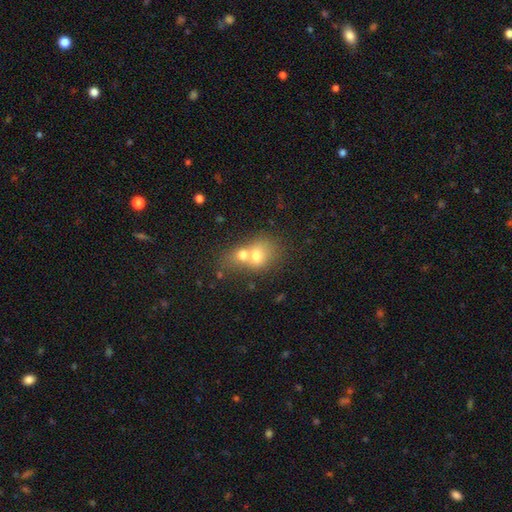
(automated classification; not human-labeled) Smooth or featured?
  - smooth: 65% *
  - featured or disk: 24%
  - star or artifact: 11%
How rounded?
  - round: 55% *
  - in between: 43%
  - cigar-shaped: 2%
Merging?
  - merger: 73% *
  - none: 17%
  - minor disturbance: 6%
  - major disturbance: 4%